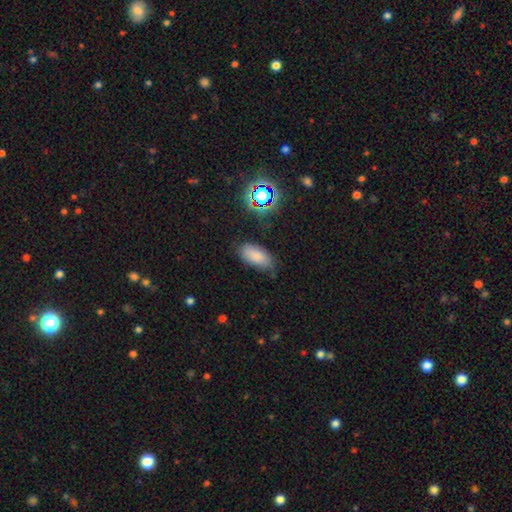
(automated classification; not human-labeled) Smooth or featured?
  - smooth: 79% *
  - star or artifact: 12%
  - featured or disk: 9%
How rounded?
  - in between: 91% *
  - cigar-shaped: 6%
  - round: 3%
Merging?
  - none: 69% *
  - minor disturbance: 23%
  - major disturbance: 5%
  - merger: 2%